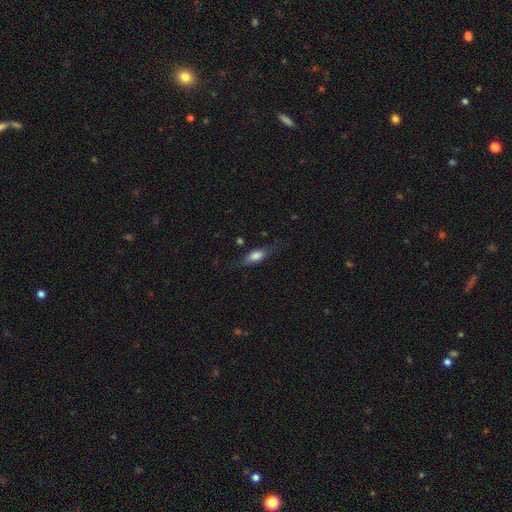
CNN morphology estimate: smooth_or_featured: smooth (p=0.66) [alt: featured or disk p=0.27]
how_rounded: in between (p=0.64) [alt: cigar-shaped p=0.32]
merging: none (p=0.67) [alt: minor disturbance p=0.22]